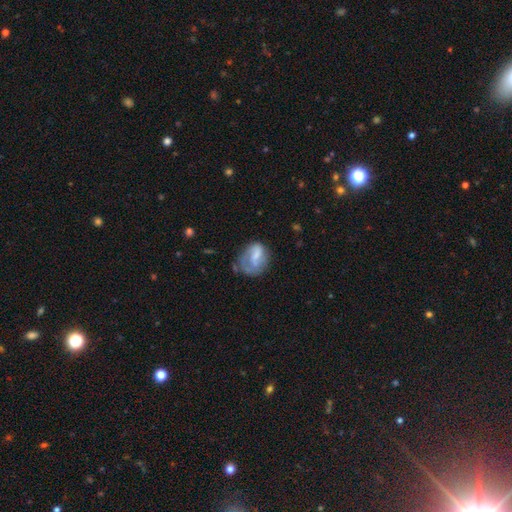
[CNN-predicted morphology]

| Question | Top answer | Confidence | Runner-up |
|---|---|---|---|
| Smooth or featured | featured or disk | 47% | smooth (46%) |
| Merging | none | 38% | minor disturbance (30%) |